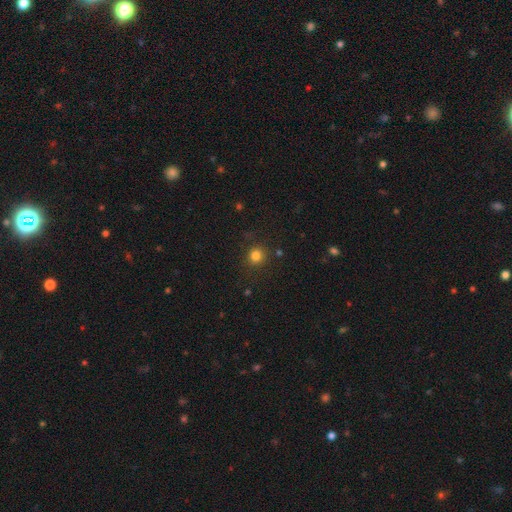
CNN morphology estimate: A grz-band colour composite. It shows a smooth galaxy with no disk features (81%) that is round (91%). Merging: none (87%).